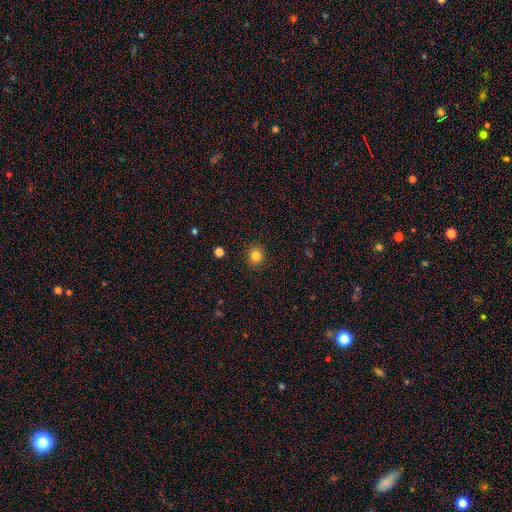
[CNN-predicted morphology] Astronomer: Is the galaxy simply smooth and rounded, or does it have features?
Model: smooth — 83%.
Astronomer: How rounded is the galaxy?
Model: round — 83%.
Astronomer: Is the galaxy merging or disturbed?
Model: none — 90%.